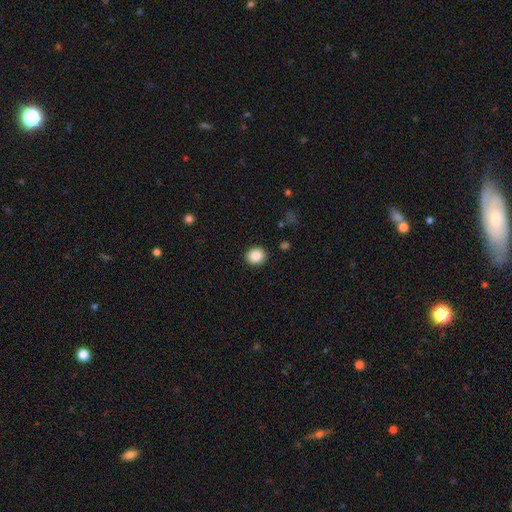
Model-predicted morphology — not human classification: This is clearly a smooth galaxy (87%). How rounded: likely round (77%). Merging: clearly none (91%).